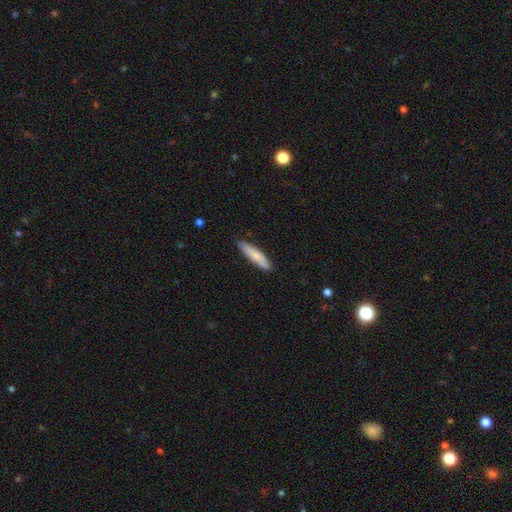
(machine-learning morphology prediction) A smooth galaxy with no disk features (78%) that is cigar-shaped (81%).

Vote fractions:
- Smooth or featured? smooth: 78% / featured or disk: 16% / star or artifact: 5%
- How rounded? cigar-shaped: 81% / in between: 18% / round: 1%
- Merging? none: 87% / minor disturbance: 11% / major disturbance: 2% / merger: 1%